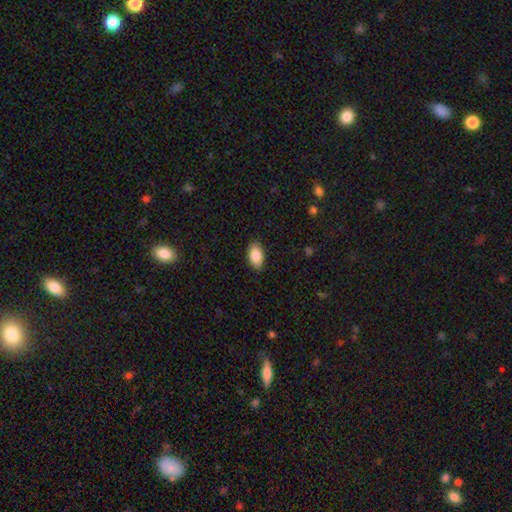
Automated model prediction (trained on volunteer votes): A smooth galaxy with no disk features (88%) that is in between round and cigar-shaped (94%). Merging: none (87%).